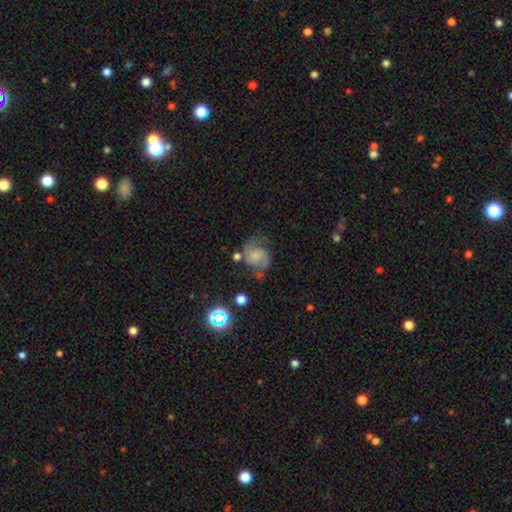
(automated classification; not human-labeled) smooth-or-featured: featured or disk: 71% | smooth: 19% | star or artifact: 10%
  disk-edge-on: no: 98% | yes: 2%
    bar: no: 66% | weak: 28% | strong: 6%
    has-spiral-arms: yes: 94% | no: 6%
      spiral-winding: medium: 51% | loose: 33% | tight: 16%
      spiral-arm-count: 2: 90% | can't tell: 4% | 1: 3% | 3: 1% | 4: 1% | more than 4: 1%
    bulge-size: none: 36% | small: 35% | moderate: 19% | large: 7% | dominant: 3%
  merging: none: 58% | minor disturbance: 22% | major disturbance: 15% | merger: 6%